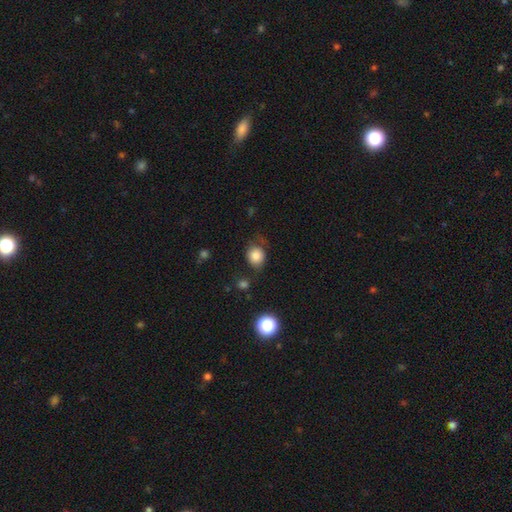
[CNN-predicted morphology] A smooth galaxy with no disk features (82%) that is round (71%). Merging: none (66%).